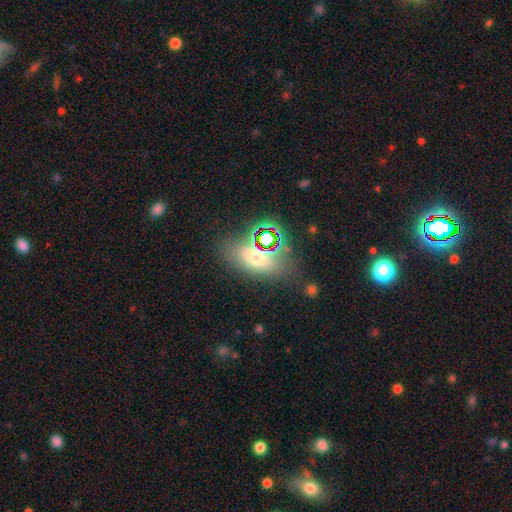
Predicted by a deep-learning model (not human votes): The model was most divided on "smooth or featured": smooth: 55%, star or artifact: 26%, featured or disk: 19%. More confident: how rounded — in between (79%); merging — none (71%).